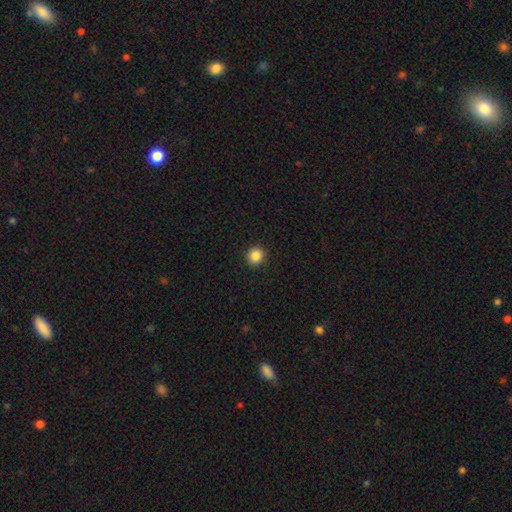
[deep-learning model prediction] Smooth or featured? Predicted: smooth (p=0.86). How rounded? Predicted: round (p=0.92). Merging? Predicted: none (p=0.93).